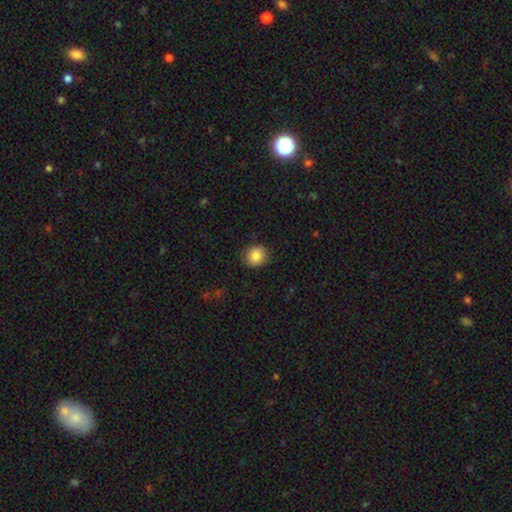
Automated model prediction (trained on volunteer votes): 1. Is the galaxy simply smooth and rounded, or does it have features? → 86% smooth, 9% star or artifact, 6% featured or disk.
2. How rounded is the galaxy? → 82% round, 17% in between, 1% cigar-shaped.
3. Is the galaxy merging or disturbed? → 86% none, 10% minor disturbance, 3% major disturbance, 1% merger.